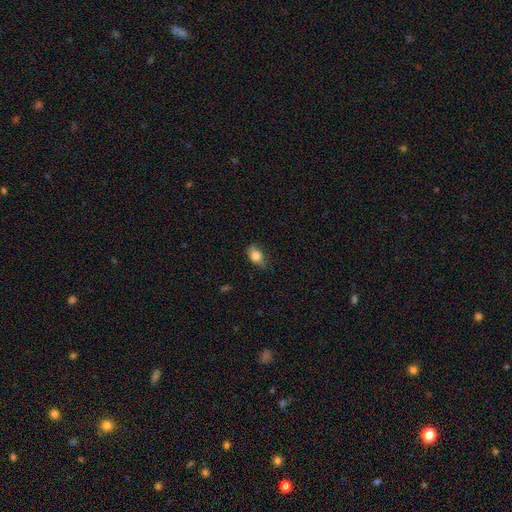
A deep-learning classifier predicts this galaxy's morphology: The model was most divided on "merging": none: 67%, minor disturbance: 27%, major disturbance: 5%, merger: 1%. More confident: smooth or featured — smooth (80%); how rounded — in between (79%).